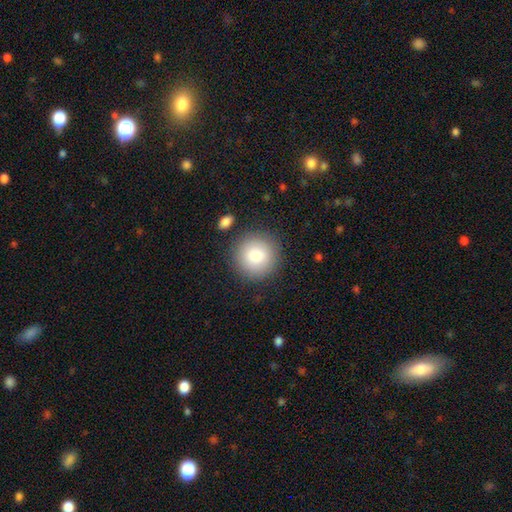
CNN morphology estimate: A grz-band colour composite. It shows a smooth galaxy with no disk features (84%) that is round (95%). Merging: none (86%).